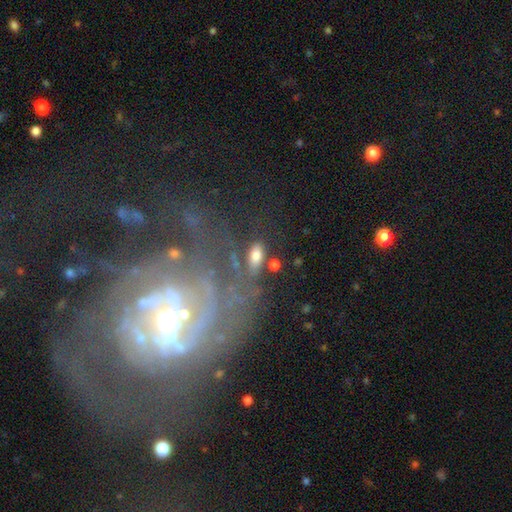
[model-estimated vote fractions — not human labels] This appears to be a smooth galaxy with no disk features (73%) that is in between round and cigar-shaped (86%). Merging: none (71%).